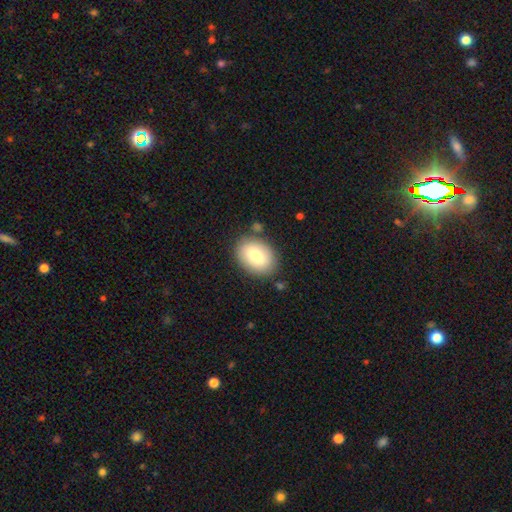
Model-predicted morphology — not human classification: A smooth galaxy with no disk features (77%) that is in between round and cigar-shaped (76%). Merging: none (81%).